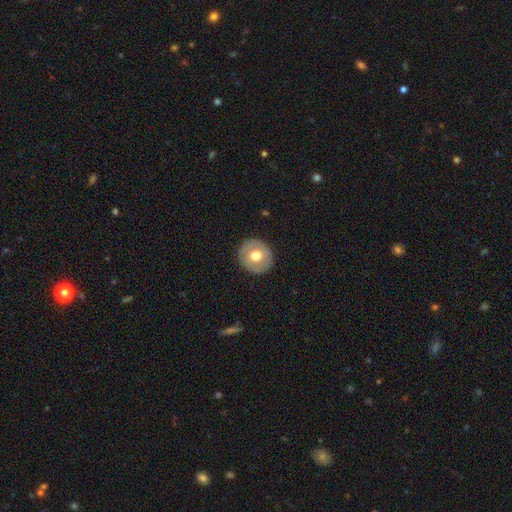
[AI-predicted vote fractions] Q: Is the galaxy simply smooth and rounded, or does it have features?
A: smooth — 63%.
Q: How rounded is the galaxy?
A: round — 89%.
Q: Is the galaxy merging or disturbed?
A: none — 90%.